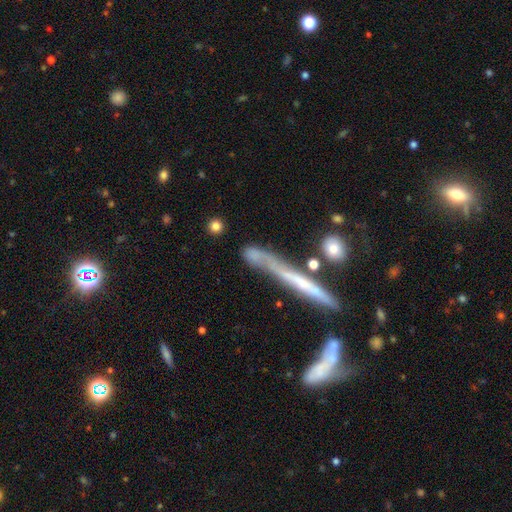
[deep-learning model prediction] This appears to be a smooth galaxy with no disk features (58%) that is cigar-shaped (57%). Merging: none (48%).